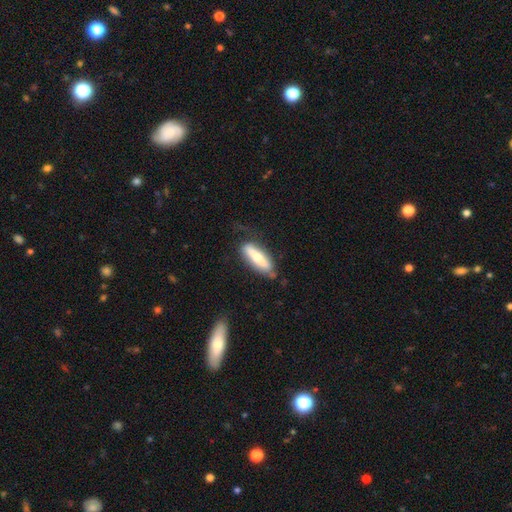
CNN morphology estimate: smooth_or_featured: smooth (p=0.51) [alt: featured or disk p=0.44]
how_rounded: cigar-shaped (p=0.62) [alt: in between p=0.36]
merging: none (p=0.64) [alt: minor disturbance p=0.23]